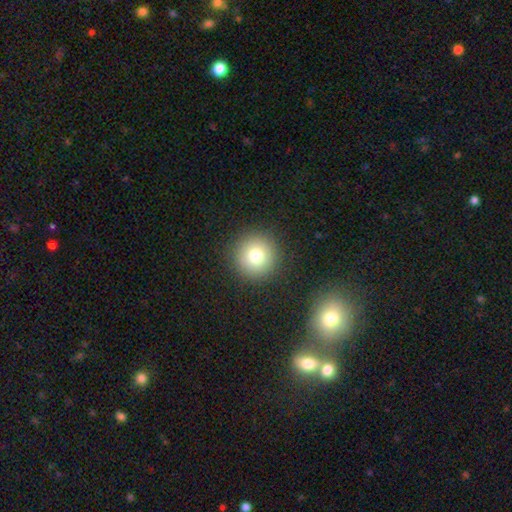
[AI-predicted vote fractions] smooth 76%, star or artifact 13%, featured or disk 11%. Down the decision tree: how rounded — round (96%); merging — none (91%).